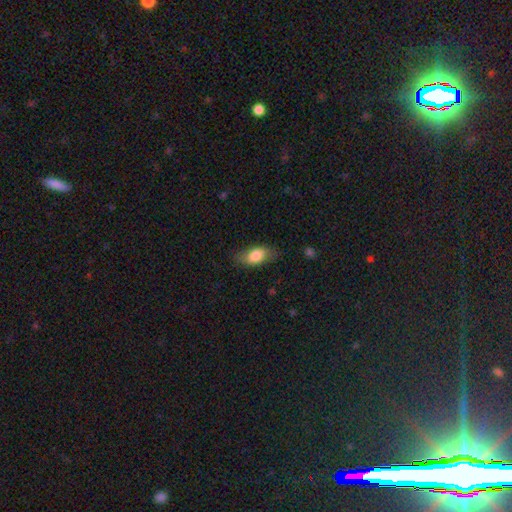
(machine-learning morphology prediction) This is likely a smooth galaxy (79%). How rounded: clearly in between (87%). Merging: likely none (77%).